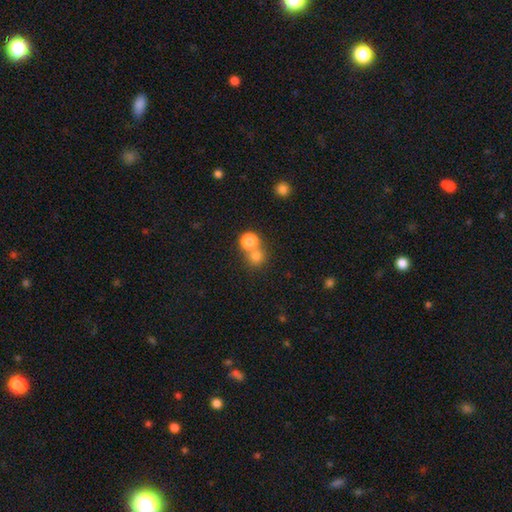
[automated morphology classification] This appears to be a smooth galaxy with no disk features (76%) that is round (89%). Merging: none (54%).